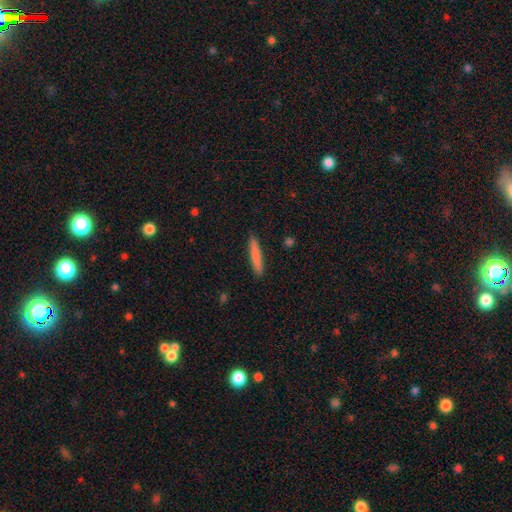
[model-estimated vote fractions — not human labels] smooth 81%, featured or disk 14%, star or artifact 6%. Down the decision tree: how rounded — cigar-shaped (93%); merging — none (90%).